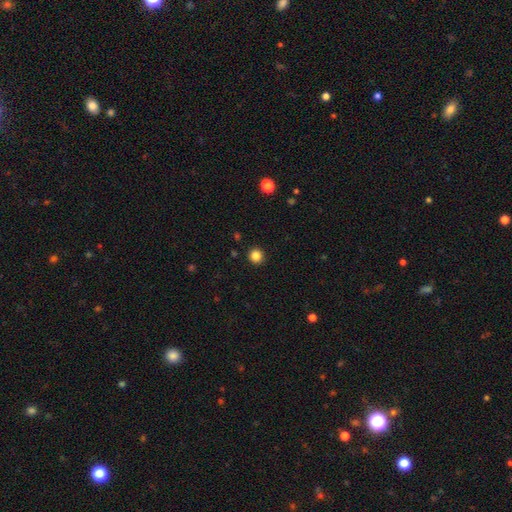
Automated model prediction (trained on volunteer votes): Smooth or featured: smooth — 84% (star or artifact — 12%)
How rounded: round — 95% (in between — 4%)
Merging: none — 93% (minor disturbance — 5%)